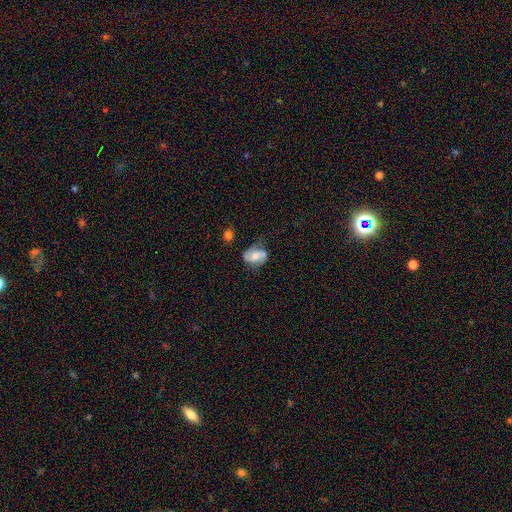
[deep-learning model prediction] Overall: featured or disk (54%; smooth 38%). Edge-on disk: no (96%). Bar: no (46%; weak 37%). Spiral arms: yes (83%). Bulge size: moderate (46%; small 27%). Merging: none (48%; minor disturbance 30%).